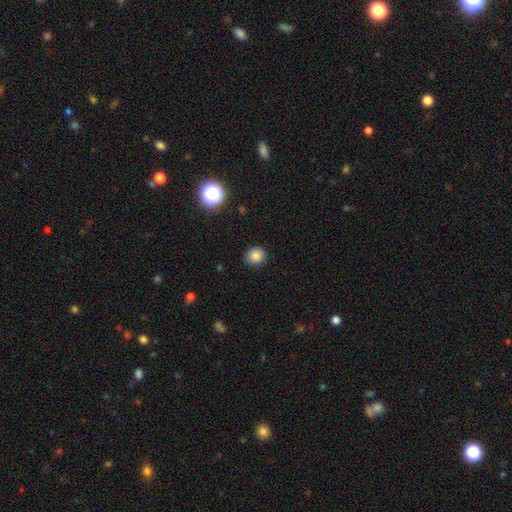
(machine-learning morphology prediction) smooth-or-featured: smooth: 85% | star or artifact: 11% | featured or disk: 4%
  how-rounded: round: 82% | in between: 17% | cigar-shaped: 1%
  merging: none: 87% | minor disturbance: 9% | major disturbance: 3% | merger: 1%